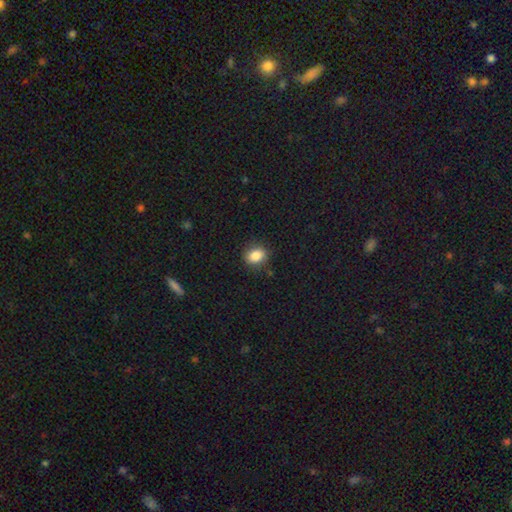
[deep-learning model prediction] smooth 85%, star or artifact 10%, featured or disk 5%. Down the decision tree: how rounded — in between (53%); merging — none (84%).